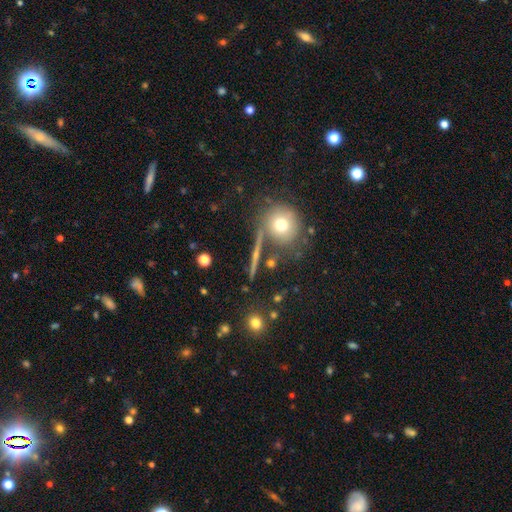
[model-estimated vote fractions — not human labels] Overall: featured or disk (52%; smooth 32%). Edge-on disk: yes (88%). Merging: none (80%).